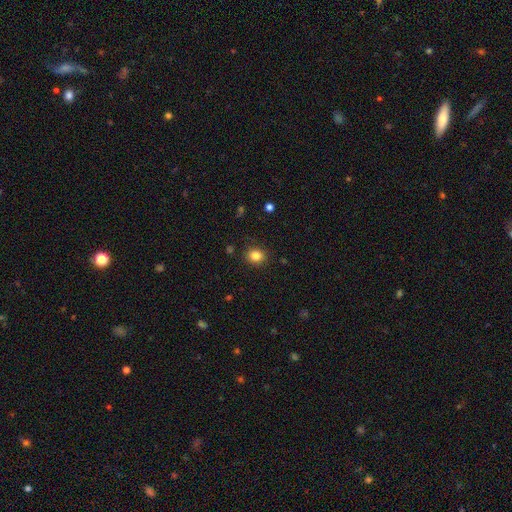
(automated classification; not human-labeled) A smooth galaxy with no disk features (84%) that is round (71%). Merging: none (88%).